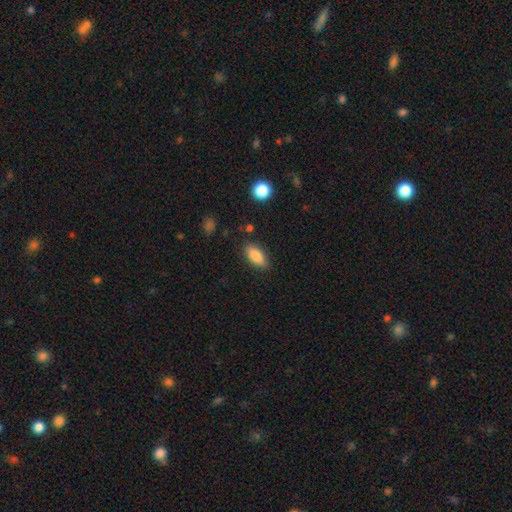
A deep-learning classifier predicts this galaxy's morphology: A smooth galaxy with no disk features (85%) that is in between round and cigar-shaped (86%).

Vote fractions:
- Smooth or featured? smooth: 85% / featured or disk: 7% / star or artifact: 7%
- How rounded? in between: 86% / cigar-shaped: 11% / round: 3%
- Merging? none: 84% / minor disturbance: 12% / major disturbance: 3% / merger: 2%